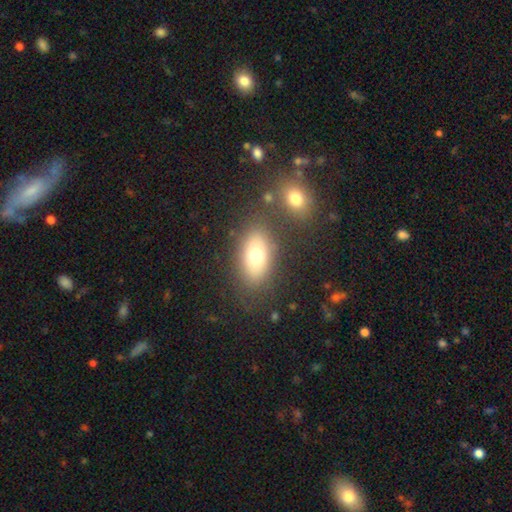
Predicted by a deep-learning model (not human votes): Q: Smooth or featured?
A: smooth (73%); runner-up: featured or disk (18%)
Q: How rounded?
A: in between (88%); runner-up: round (8%)
Q: Merging?
A: none (75%); runner-up: minor disturbance (12%)